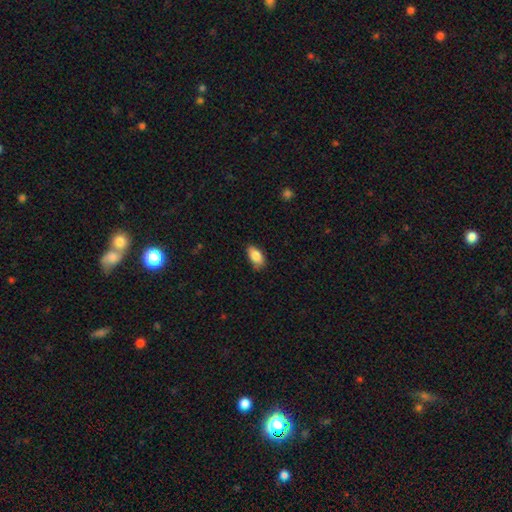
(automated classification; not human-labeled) Smooth or featured?
  - smooth: 86% *
  - star or artifact: 7%
  - featured or disk: 7%
How rounded?
  - in between: 92% *
  - round: 4%
  - cigar-shaped: 4%
Merging?
  - none: 77% *
  - minor disturbance: 19%
  - major disturbance: 3%
  - merger: 1%